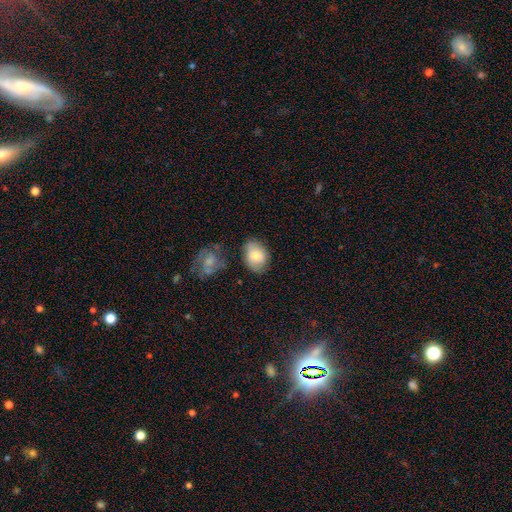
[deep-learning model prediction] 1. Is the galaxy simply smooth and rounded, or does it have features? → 78% smooth, 16% featured or disk, 7% star or artifact.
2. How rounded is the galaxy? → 75% in between, 24% round, 1% cigar-shaped.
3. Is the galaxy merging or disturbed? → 69% none, 21% minor disturbance, 6% merger, 5% major disturbance.